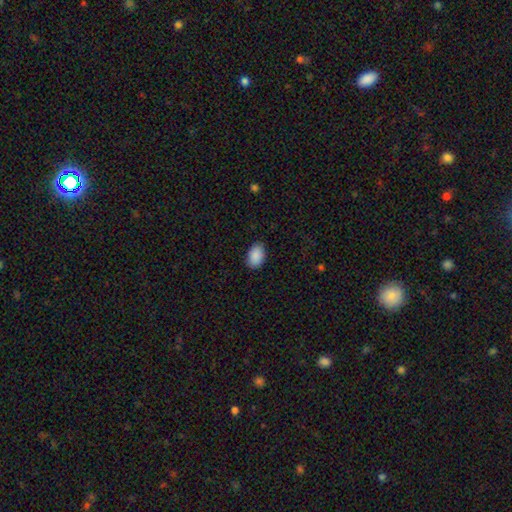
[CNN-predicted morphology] type=smooth (91%); roundness=in between (90%); merging=none (88%).